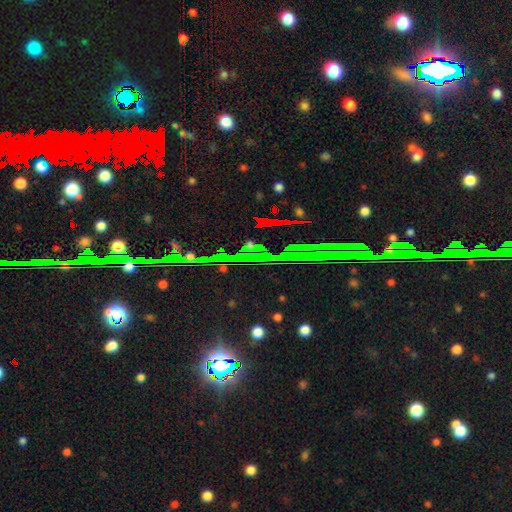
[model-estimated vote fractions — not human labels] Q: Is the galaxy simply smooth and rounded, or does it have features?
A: star or artifact — 81%.